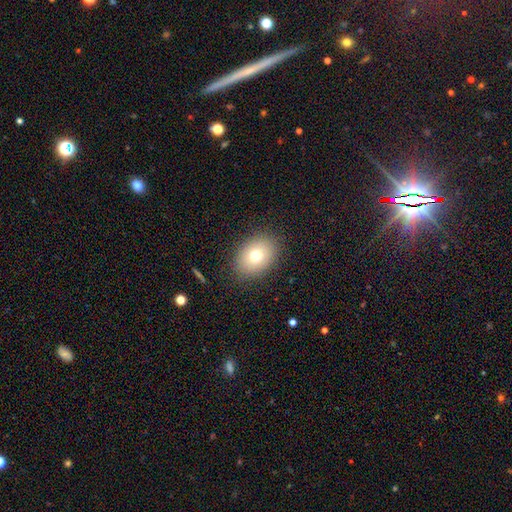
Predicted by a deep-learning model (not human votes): This is likely a smooth galaxy (74%). How rounded: likely in between (71%). Merging: clearly none (87%).